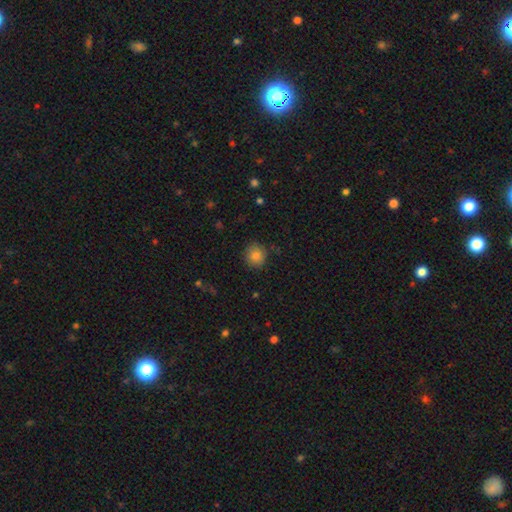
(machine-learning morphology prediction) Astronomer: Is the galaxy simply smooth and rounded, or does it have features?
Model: smooth — 84%.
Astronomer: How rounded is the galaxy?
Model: round — 88%.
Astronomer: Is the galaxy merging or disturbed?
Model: none — 86%.